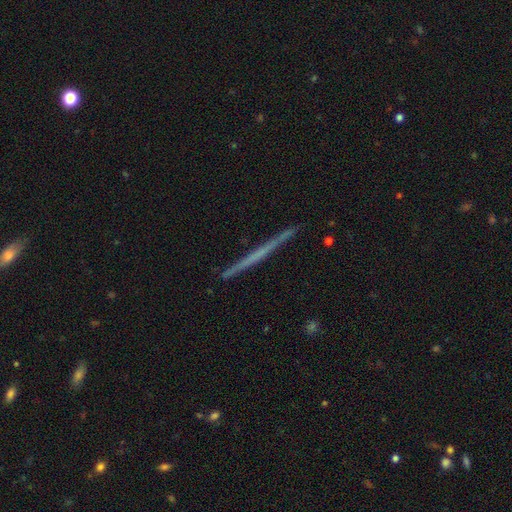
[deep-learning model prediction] Q: Smooth or featured?
A: featured or disk (60%); runner-up: smooth (34%)
Q: Edge-on disk?
A: yes (98%); runner-up: no (2%)
Q: Edge-on bulge?
A: none (91%); runner-up: rounded (6%)
Q: Merging?
A: none (92%); runner-up: minor disturbance (6%)